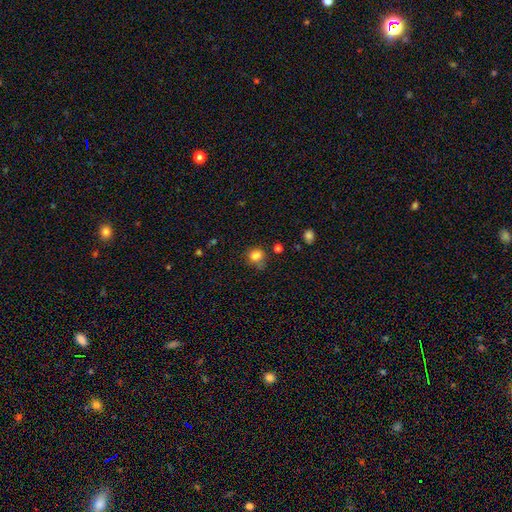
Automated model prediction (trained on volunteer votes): A smooth galaxy with no disk features (81%) that is round (67%).

Vote fractions:
- Smooth or featured? smooth: 81% / star or artifact: 12% / featured or disk: 6%
- How rounded? round: 67% / in between: 32% / cigar-shaped: 1%
- Merging? none: 57% / minor disturbance: 27% / major disturbance: 10% / merger: 6%